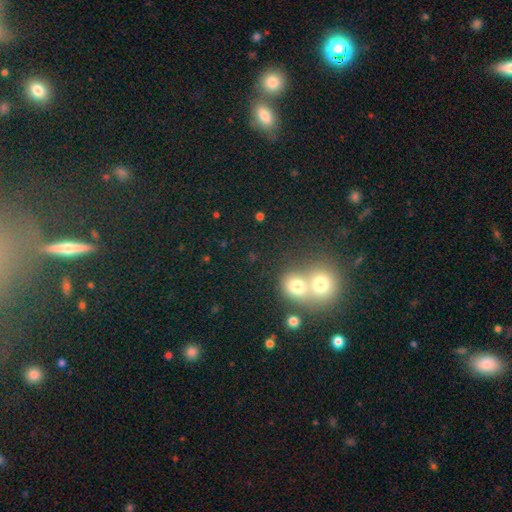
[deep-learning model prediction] This appears to be a smooth galaxy with no disk features (54%) that is round (77%). Merging: merger (49%).